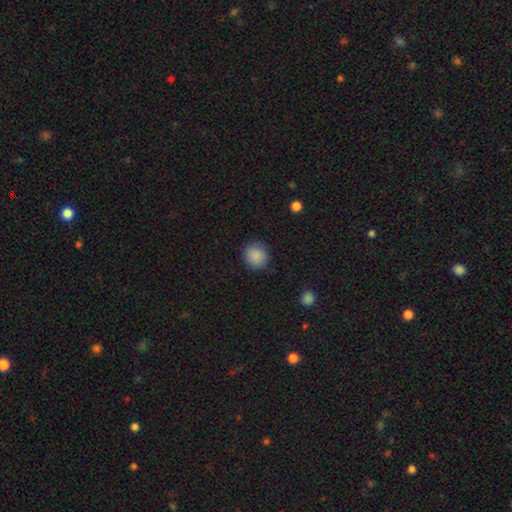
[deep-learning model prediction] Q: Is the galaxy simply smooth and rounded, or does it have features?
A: smooth — 88%.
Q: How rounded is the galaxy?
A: round — 88%.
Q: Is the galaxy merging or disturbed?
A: none — 87%.